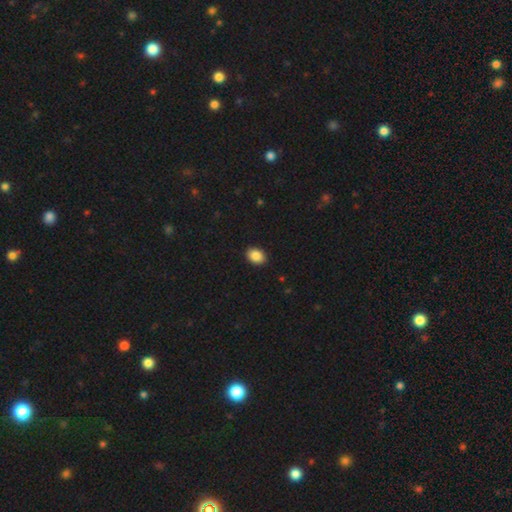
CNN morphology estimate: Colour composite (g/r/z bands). It shows a smooth galaxy with no disk features (88%) that is in between round and cigar-shaped (72%). Merging: none (91%).